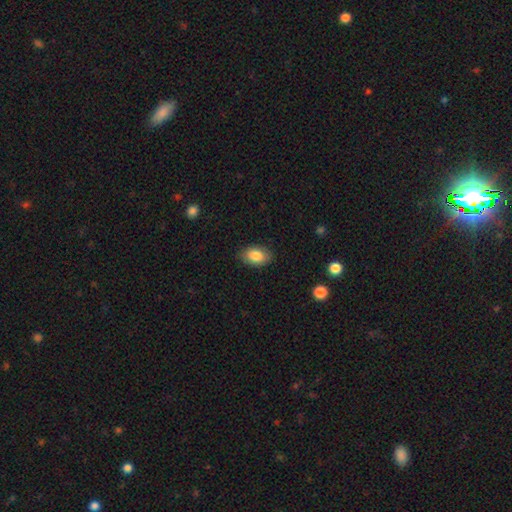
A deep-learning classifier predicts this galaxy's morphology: Smooth or featured?
  - smooth: 85% *
  - featured or disk: 8%
  - star or artifact: 7%
How rounded?
  - in between: 89% *
  - round: 10%
  - cigar-shaped: 1%
Merging?
  - none: 86% *
  - minor disturbance: 11%
  - major disturbance: 2%
  - merger: 1%